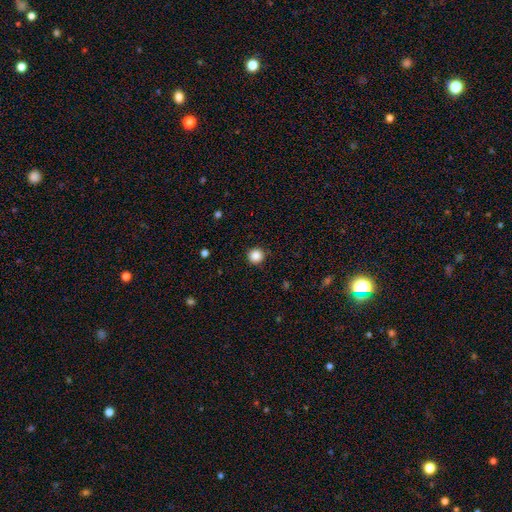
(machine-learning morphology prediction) A smooth galaxy with no disk features (87%) that is round (95%).

Vote fractions:
- Smooth or featured? smooth: 87% / star or artifact: 11% / featured or disk: 3%
- How rounded? round: 95% / in between: 4% / cigar-shaped: 1%
- Merging? none: 91% / minor disturbance: 6% / major disturbance: 2% / merger: 1%